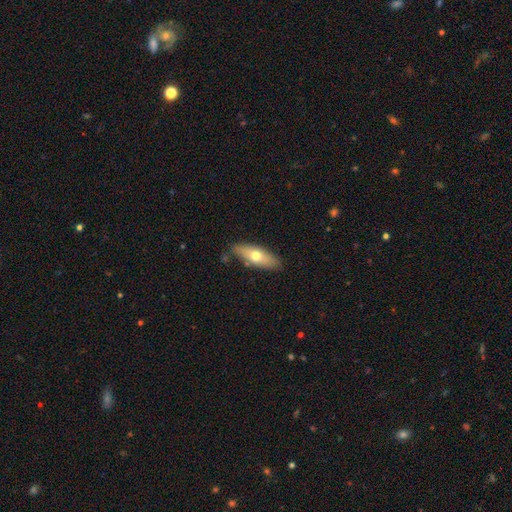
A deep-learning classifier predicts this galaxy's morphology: The model was most divided on "how rounded": in between: 59%, cigar-shaped: 38%, round: 3%. More confident: merging — none (81%); smooth or featured — smooth (61%).